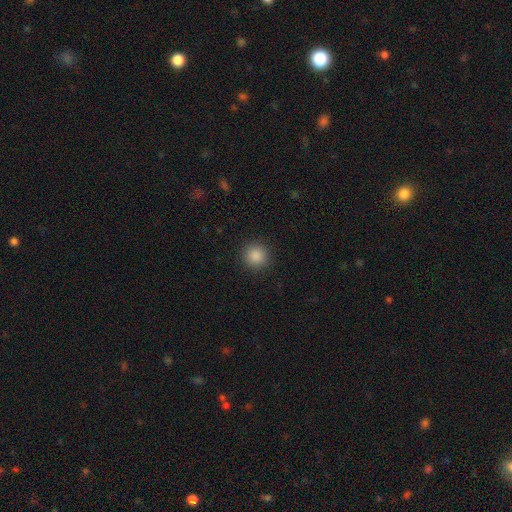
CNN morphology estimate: Q: Smooth or featured?
A: smooth (87%); runner-up: star or artifact (10%)
Q: How rounded?
A: round (94%); runner-up: in between (5%)
Q: Merging?
A: none (91%); runner-up: minor disturbance (5%)